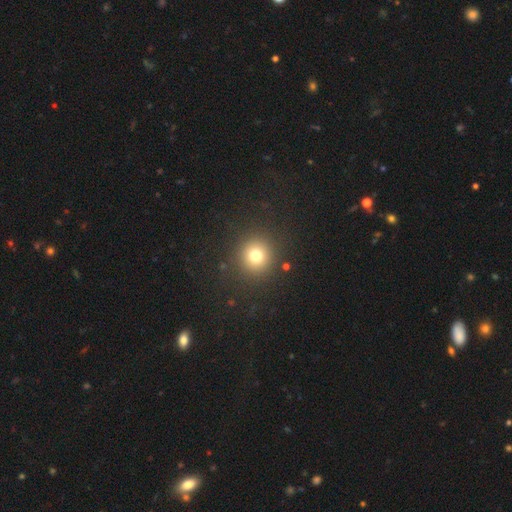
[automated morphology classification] This is likely a smooth galaxy (76%). How rounded: clearly round (93%). Merging: clearly none (89%).